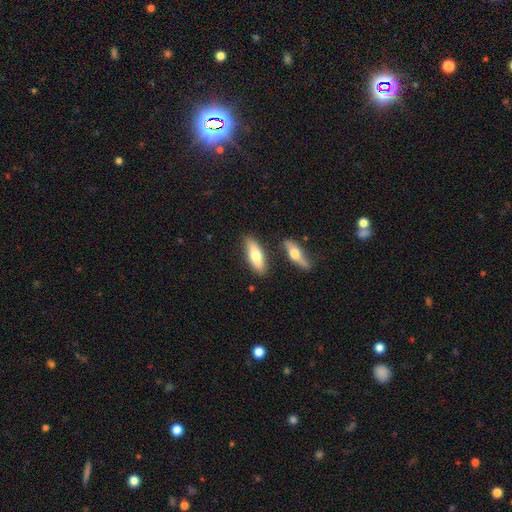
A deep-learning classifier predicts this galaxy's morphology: Q: Smooth or featured?
A: smooth (69%); runner-up: featured or disk (26%)
Q: How rounded?
A: in between (60%); runner-up: cigar-shaped (38%)
Q: Merging?
A: none (77%); runner-up: minor disturbance (11%)